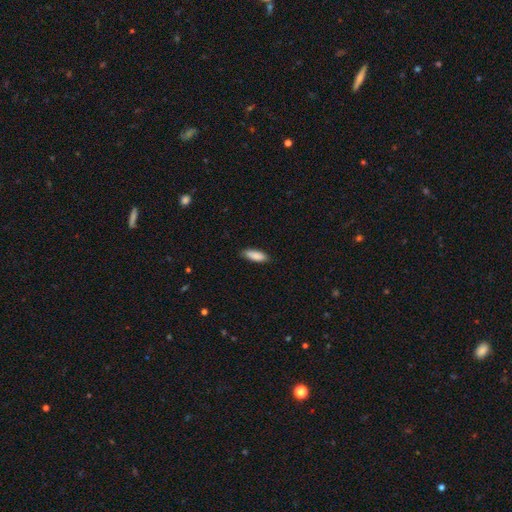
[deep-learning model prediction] The model was most divided on "how rounded": in between: 61%, cigar-shaped: 37%, round: 2%. More confident: smooth or featured — smooth (89%); merging — none (85%).